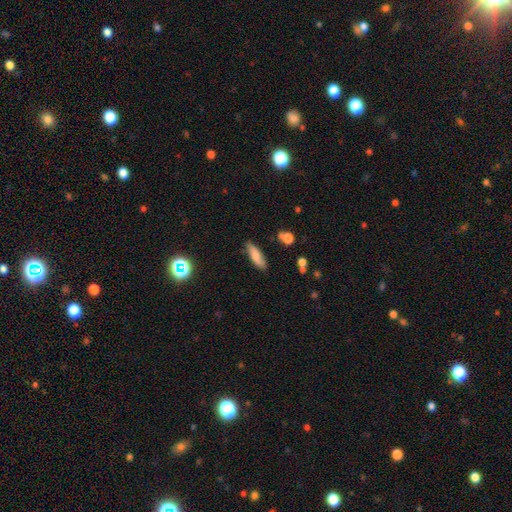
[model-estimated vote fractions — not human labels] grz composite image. It shows a smooth galaxy with no disk features (71%) that is cigar-shaped (57%). Merging: none (77%).